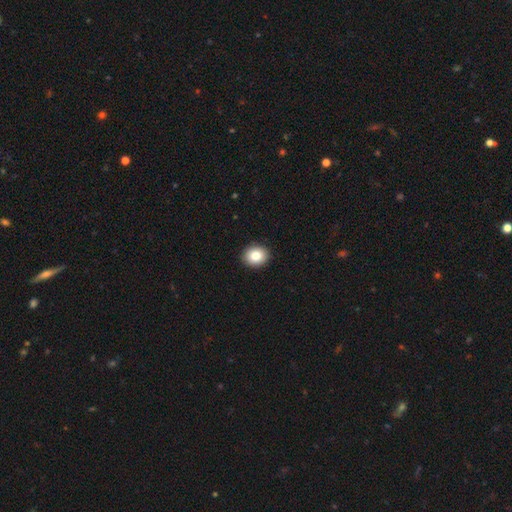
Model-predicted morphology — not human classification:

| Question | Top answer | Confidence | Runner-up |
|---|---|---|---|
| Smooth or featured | smooth | 84% | star or artifact (9%) |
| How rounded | round | 64% | in between (35%) |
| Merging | none | 92% | minor disturbance (6%) |